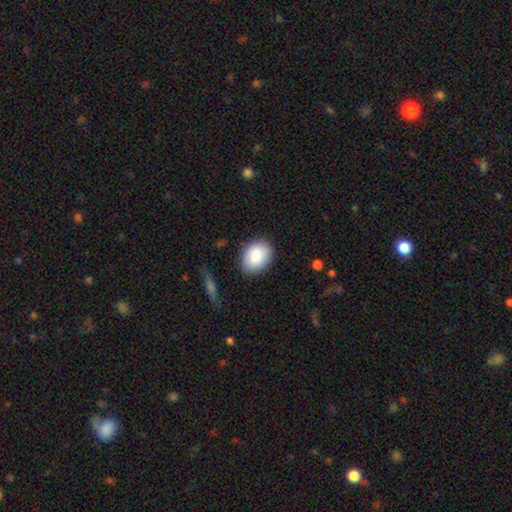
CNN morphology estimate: Smooth or featured? Predicted: smooth (p=0.85). How rounded? Predicted: in between (p=0.65). Merging? Predicted: none (p=0.83).